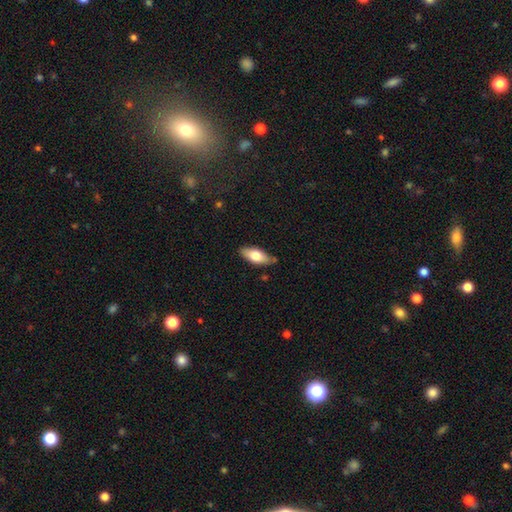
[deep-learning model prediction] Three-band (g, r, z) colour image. It shows a smooth galaxy with no disk features (69%) that is in between round and cigar-shaped (81%). Merging: none (80%).